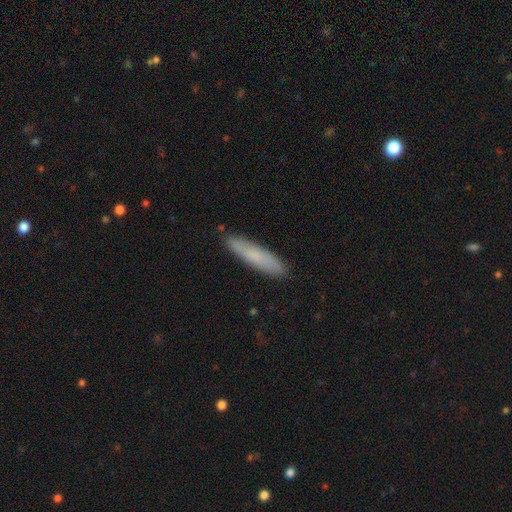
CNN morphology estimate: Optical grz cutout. It shows a smooth galaxy with no disk features (74%) that is cigar-shaped (85%). Merging: none (89%).